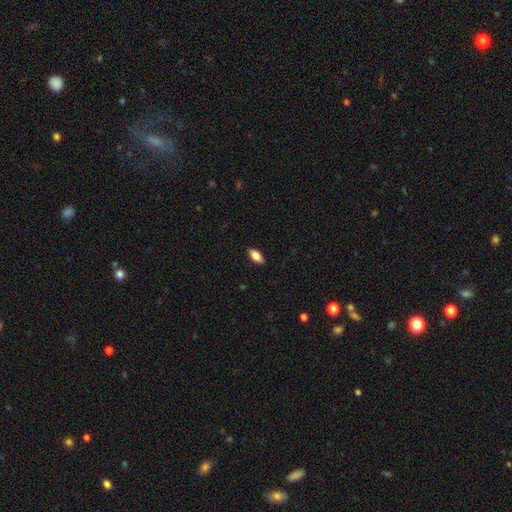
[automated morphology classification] Q: Smooth or featured?
A: smooth (83%); runner-up: featured or disk (10%)
Q: How rounded?
A: in between (90%); runner-up: cigar-shaped (6%)
Q: Merging?
A: none (89%); runner-up: minor disturbance (8%)